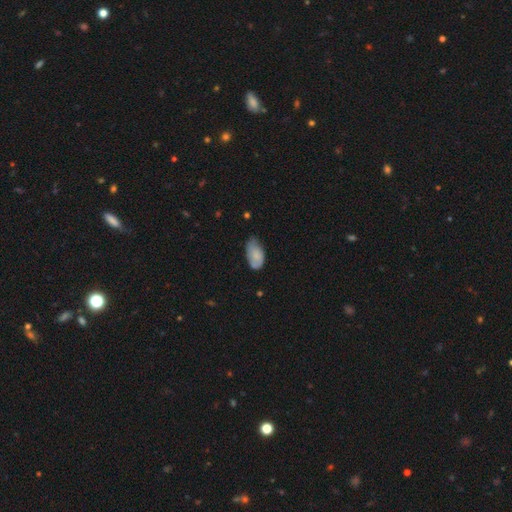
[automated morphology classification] smooth_or_featured: smooth (p=0.80) [alt: featured or disk p=0.14]
how_rounded: in between (p=0.94) [alt: round p=0.03]
merging: none (p=0.47) [alt: minor disturbance p=0.43]